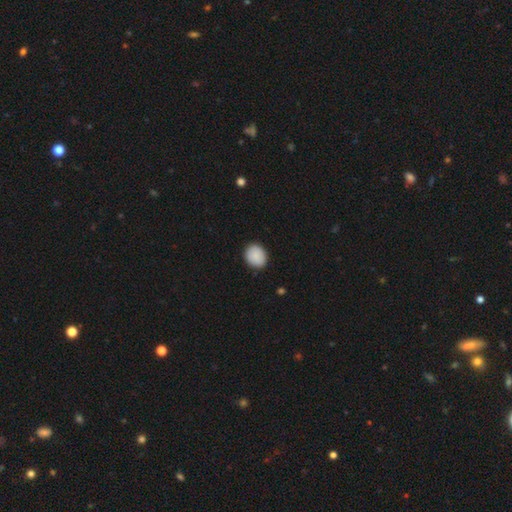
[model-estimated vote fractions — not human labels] smooth_or_featured: smooth (p=0.90) [alt: star or artifact p=0.07]
how_rounded: round (p=0.60) [alt: in between p=0.39]
merging: none (p=0.89) [alt: minor disturbance p=0.08]